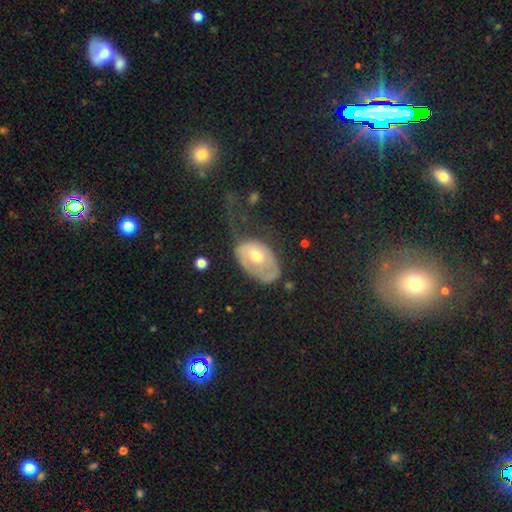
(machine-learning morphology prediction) This is possibly a featured or disk galaxy (46%, tied with smooth). Merging: marginally major disturbance (36%).